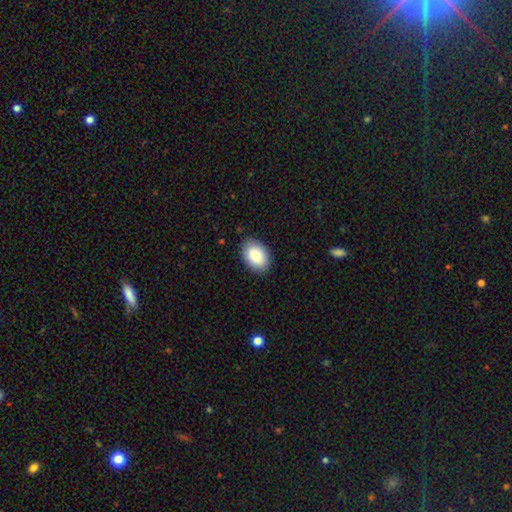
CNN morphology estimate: The model was most divided on "how rounded": in between: 87%, round: 12%, cigar-shaped: 1%. More confident: smooth or featured — smooth (88%); merging — none (86%).